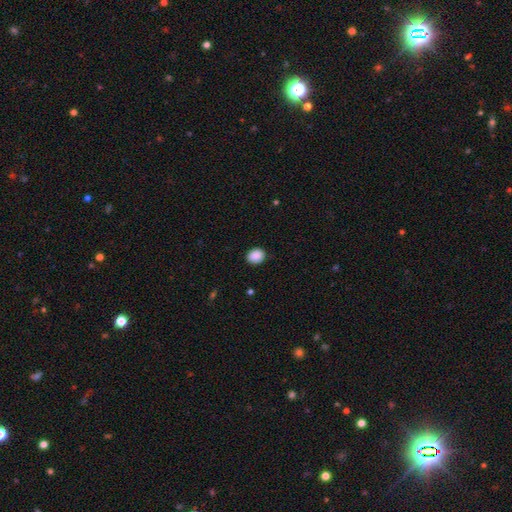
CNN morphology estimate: Smooth or featured? smooth (90%)
How rounded? round (59%)
Merging? none (89%)